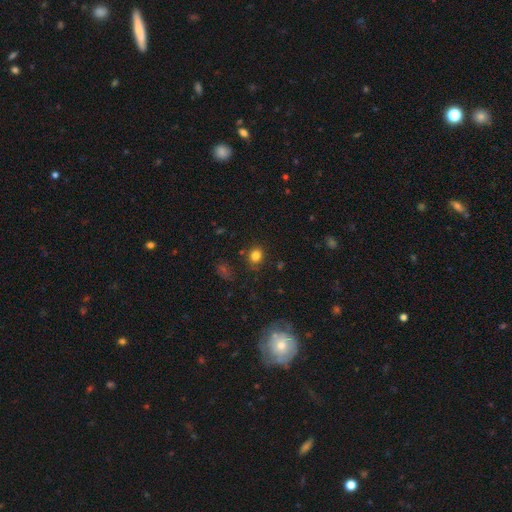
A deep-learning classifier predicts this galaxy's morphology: smooth 81%, star or artifact 13%, featured or disk 6%. Down the decision tree: how rounded — round (67%); merging — none (82%).